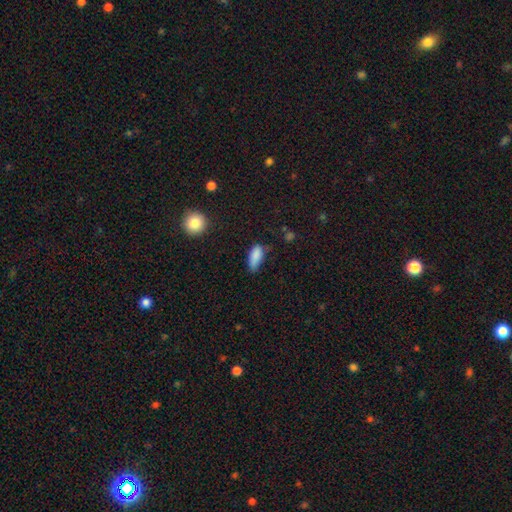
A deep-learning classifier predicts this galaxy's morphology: smooth-or-featured: smooth: 85% | star or artifact: 9% | featured or disk: 6%
  how-rounded: in between: 80% | cigar-shaped: 17% | round: 3%
  merging: none: 46% | minor disturbance: 40% | major disturbance: 12% | merger: 3%